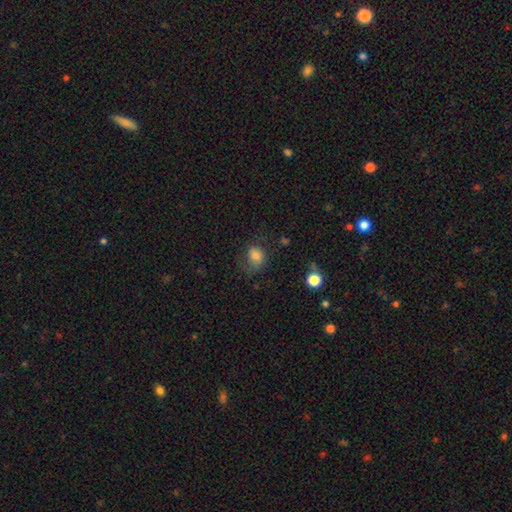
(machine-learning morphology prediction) The model was most divided on "how rounded": round: 50%, in between: 49%, cigar-shaped: 1%. Remaining: smooth or featured — smooth (69%); merging — none (47%).